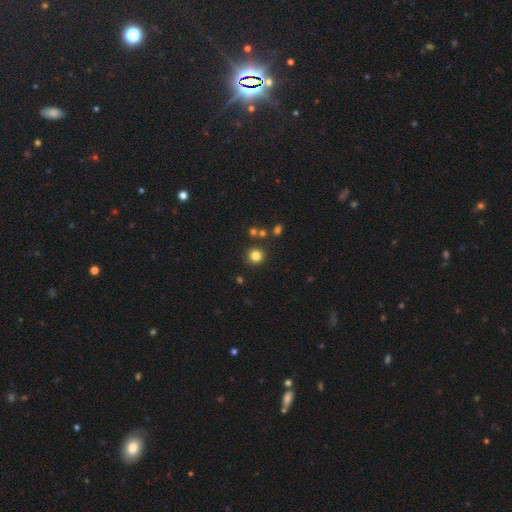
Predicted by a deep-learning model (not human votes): Smooth or featured? Predicted: smooth (p=0.81). How rounded? Predicted: round (p=0.93). Merging? Predicted: none (p=0.87).